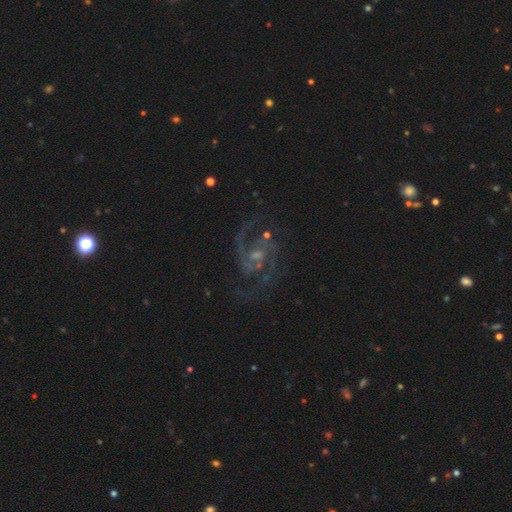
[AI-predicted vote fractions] Smooth or featured? Predicted: featured or disk (p=0.89). Edge-on disk? Predicted: no (p=0.98). Bar? Predicted: weak (p=0.46). Spiral arms? Predicted: yes (p=0.97). Spiral winding? Predicted: medium (p=0.58). Spiral arm count? Predicted: 2 (p=0.76). Bulge size? Predicted: small (p=0.46). Merging? Predicted: none (p=0.66).